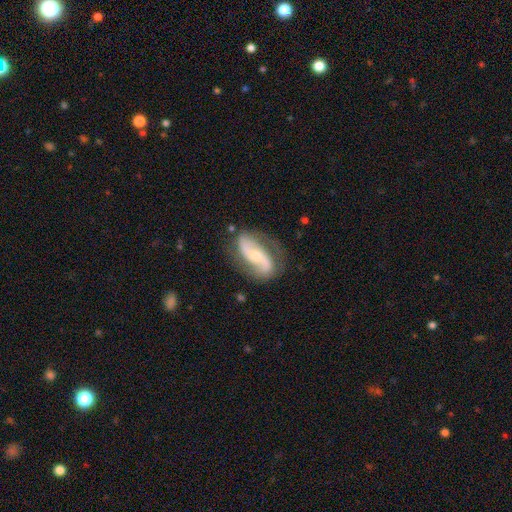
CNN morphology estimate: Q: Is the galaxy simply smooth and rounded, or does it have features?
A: featured or disk — 84%.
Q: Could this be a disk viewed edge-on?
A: no — 96%.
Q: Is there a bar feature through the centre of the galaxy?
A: no — 46%.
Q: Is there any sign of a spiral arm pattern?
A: yes — 95%.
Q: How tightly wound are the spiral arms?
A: loose — 51%.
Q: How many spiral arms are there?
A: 2 — 91%.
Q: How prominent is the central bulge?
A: small — 52%.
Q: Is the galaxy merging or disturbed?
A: none — 73%.